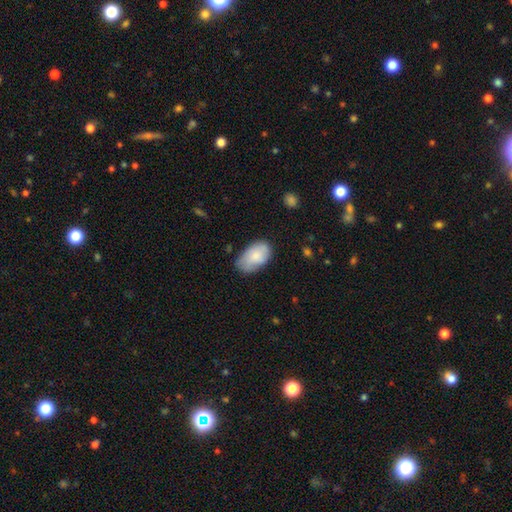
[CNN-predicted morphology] Overall: smooth (79%). How rounded: in between (93%). Merging: none (57%; minor disturbance 33%).